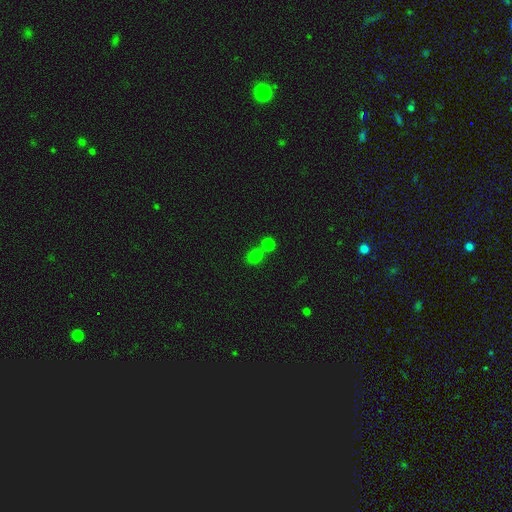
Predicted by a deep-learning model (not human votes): smooth_or_featured: smooth (p=0.74) [alt: star or artifact p=0.19]
how_rounded: round (p=0.58) [alt: in between p=0.41]
merging: none (p=0.52) [alt: merger p=0.35]